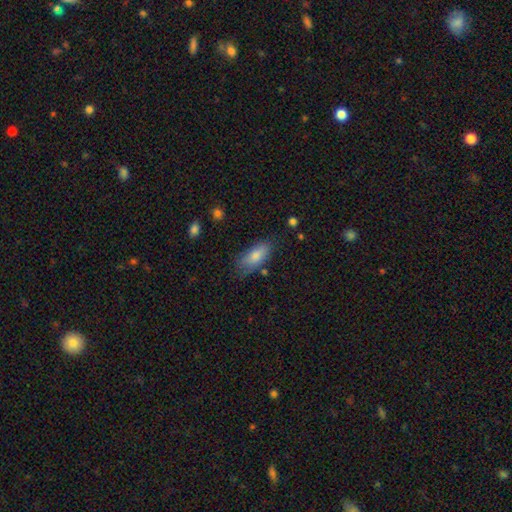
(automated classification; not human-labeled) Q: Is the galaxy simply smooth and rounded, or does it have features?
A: smooth — 81%.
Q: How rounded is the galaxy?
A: in between — 85%.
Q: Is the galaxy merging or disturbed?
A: none — 67%.